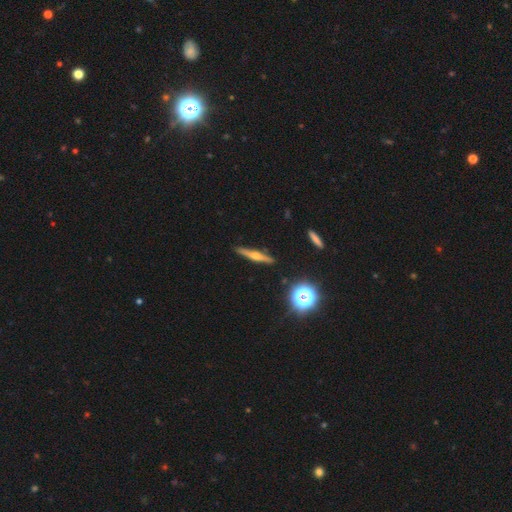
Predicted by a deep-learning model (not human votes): Smooth or featured?
  - featured or disk: 70% *
  - smooth: 21%
  - star or artifact: 9%
Edge-on disk?
  - yes: 97% *
  - no: 3%
Edge-on bulge?
  - rounded: 91% *
  - none: 5%
  - boxy: 4%
Merging?
  - none: 91% *
  - minor disturbance: 6%
  - major disturbance: 1%
  - merger: 1%